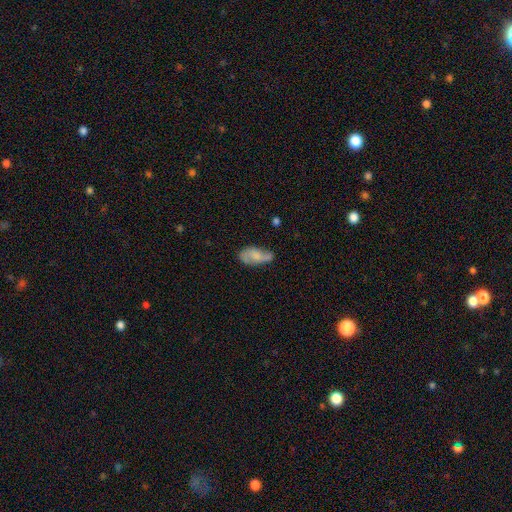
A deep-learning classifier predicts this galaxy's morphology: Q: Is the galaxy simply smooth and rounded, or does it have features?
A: featured or disk — 48%.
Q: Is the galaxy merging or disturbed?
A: none — 55%.